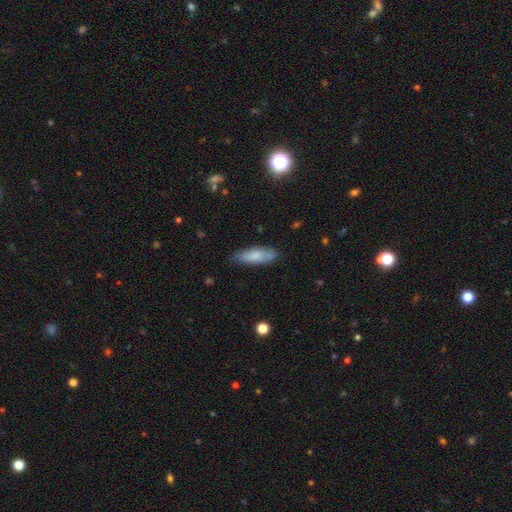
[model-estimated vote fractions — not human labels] Smooth or featured: smooth — 78% (featured or disk — 16%)
How rounded: cigar-shaped — 51% (in between — 47%)
Merging: none — 78% (minor disturbance — 18%)